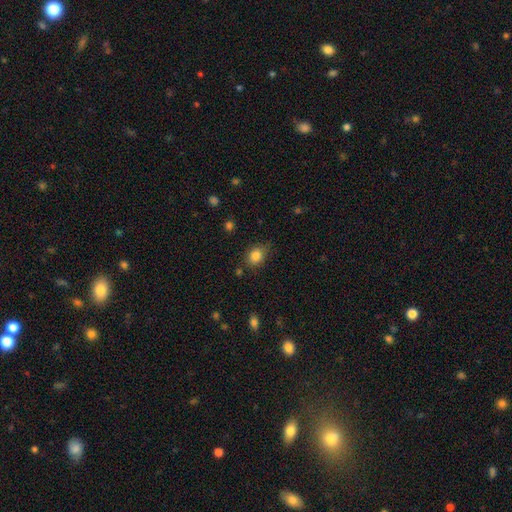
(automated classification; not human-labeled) A smooth galaxy with no disk features (84%) that is round (52%).

Vote fractions:
- Smooth or featured? smooth: 84% / star or artifact: 10% / featured or disk: 6%
- How rounded? round: 52% / in between: 47% / cigar-shaped: 1%
- Merging? none: 74% / minor disturbance: 19% / major disturbance: 5% / merger: 3%